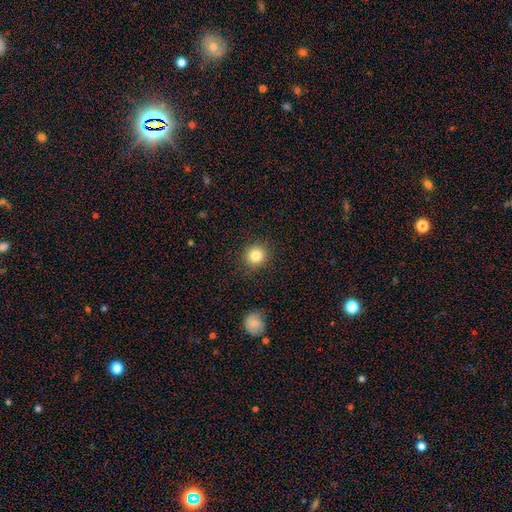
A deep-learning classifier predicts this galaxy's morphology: Smooth or featured? Predicted: smooth (p=0.84). How rounded? Predicted: round (p=0.90). Merging? Predicted: none (p=0.89).